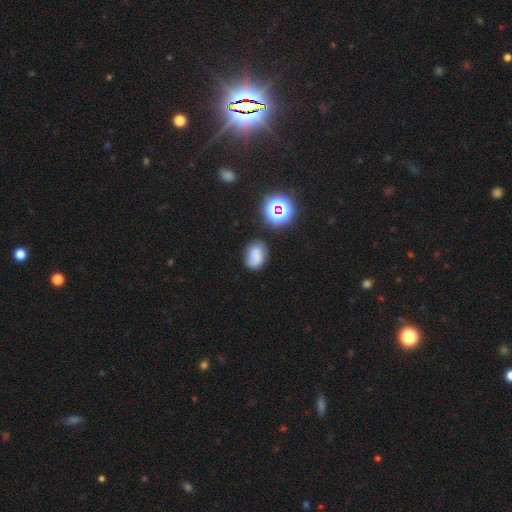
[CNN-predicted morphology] smooth 64%, featured or disk 19%, star or artifact 17%. Down the decision tree: how rounded — in between (69%); merging — none (63%).